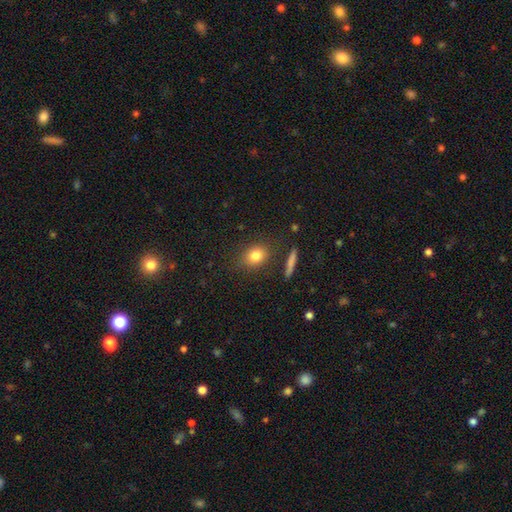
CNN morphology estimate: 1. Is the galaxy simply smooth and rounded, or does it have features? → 81% smooth, 10% star or artifact, 10% featured or disk.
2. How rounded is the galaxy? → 51% in between, 46% round, 3% cigar-shaped.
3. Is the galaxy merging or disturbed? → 81% none, 12% minor disturbance, 4% major disturbance, 3% merger.